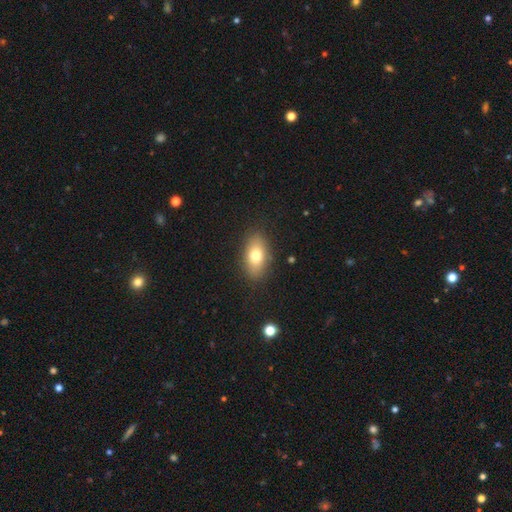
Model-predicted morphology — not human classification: Q: Smooth or featured?
A: smooth (74%); runner-up: featured or disk (17%)
Q: How rounded?
A: in between (88%); runner-up: round (8%)
Q: Merging?
A: none (86%); runner-up: minor disturbance (10%)